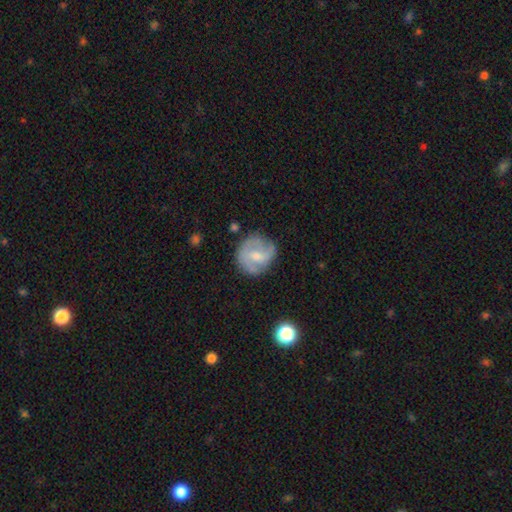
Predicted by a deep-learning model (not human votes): smooth-or-featured: featured or disk: 61% | smooth: 33% | star or artifact: 6%
  disk-edge-on: no: 98% | yes: 2%
    bar: weak: 49% | no: 41% | strong: 10%
    has-spiral-arms: yes: 82% | no: 18%
    bulge-size: moderate: 48% | small: 40% | none: 7% | large: 3% | dominant: 1%
  merging: none: 66% | minor disturbance: 22% | major disturbance: 10% | merger: 2%